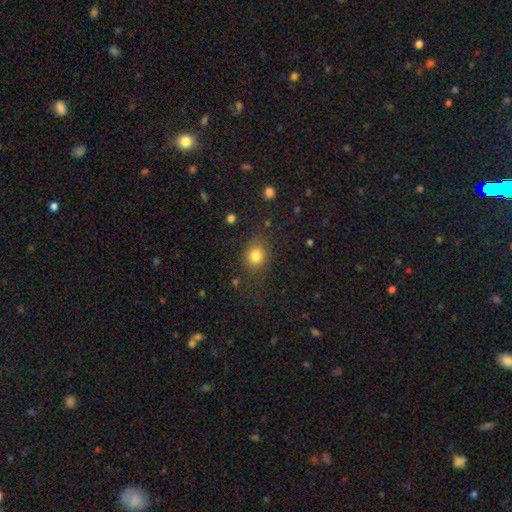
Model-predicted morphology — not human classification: Smooth or featured?
  - smooth: 82% *
  - star or artifact: 11%
  - featured or disk: 7%
How rounded?
  - round: 62% *
  - in between: 37%
  - cigar-shaped: 1%
Merging?
  - none: 76% *
  - minor disturbance: 15%
  - major disturbance: 7%
  - merger: 2%